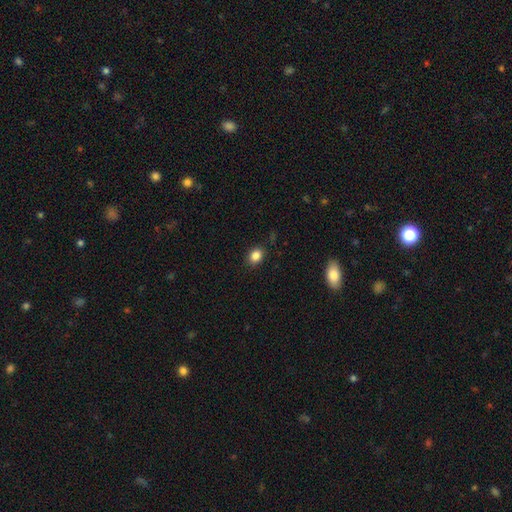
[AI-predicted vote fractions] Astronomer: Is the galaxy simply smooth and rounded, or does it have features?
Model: smooth — 85%.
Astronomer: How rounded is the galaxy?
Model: in between — 59% (runner-up: round, 40%).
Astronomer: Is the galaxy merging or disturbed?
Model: none — 86%.